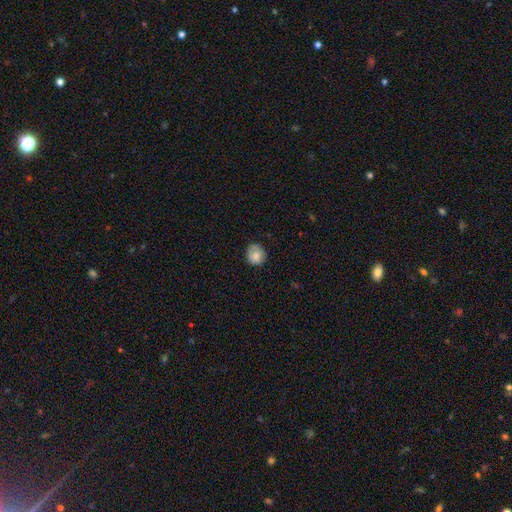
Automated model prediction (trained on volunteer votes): The model was most divided on "merging": none: 74%, minor disturbance: 21%, major disturbance: 4%, merger: 1%. More confident: how rounded — round (84%); smooth or featured — smooth (82%).